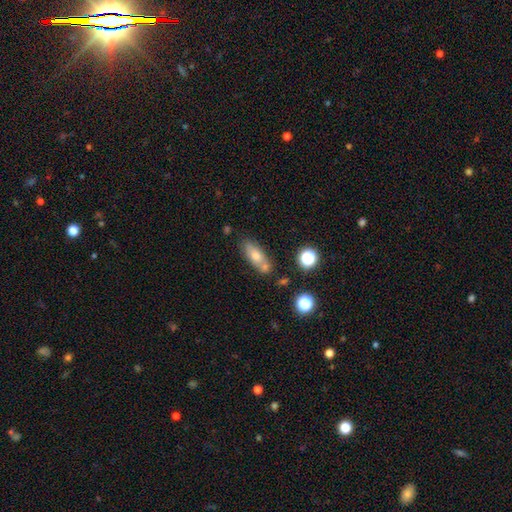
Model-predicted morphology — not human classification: The model was most divided on "smooth or featured": smooth: 67%, featured or disk: 23%, star or artifact: 10%. More confident: how rounded — in between (70%); merging — none (64%).